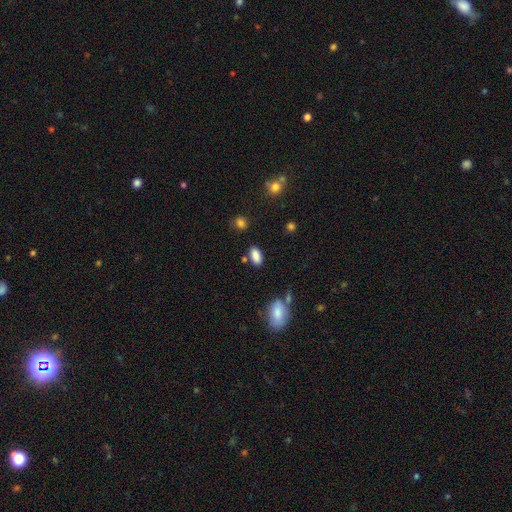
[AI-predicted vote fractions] Smooth or featured: smooth — 87% (star or artifact — 8%)
How rounded: in between — 90% (cigar-shaped — 6%)
Merging: none — 79% (minor disturbance — 12%)